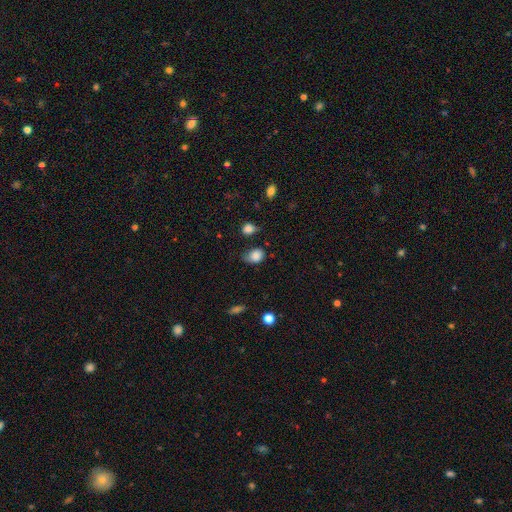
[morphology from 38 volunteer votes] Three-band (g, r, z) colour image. It shows a smooth galaxy with no disk features (92%) that is round (63%). Merging: minor disturbance (51%).